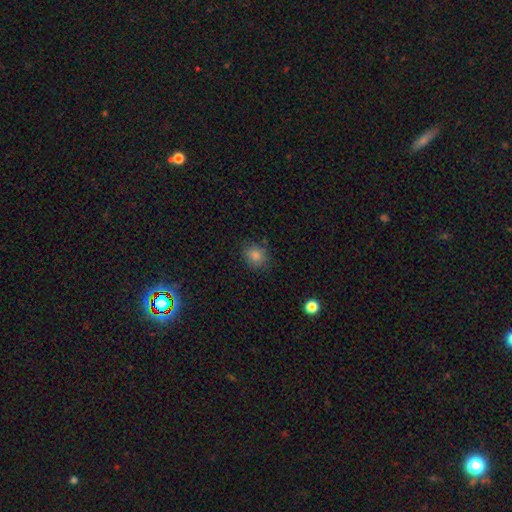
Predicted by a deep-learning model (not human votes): smooth 82%, star or artifact 13%, featured or disk 5%. Down the decision tree: how rounded — round (75%); merging — none (82%).